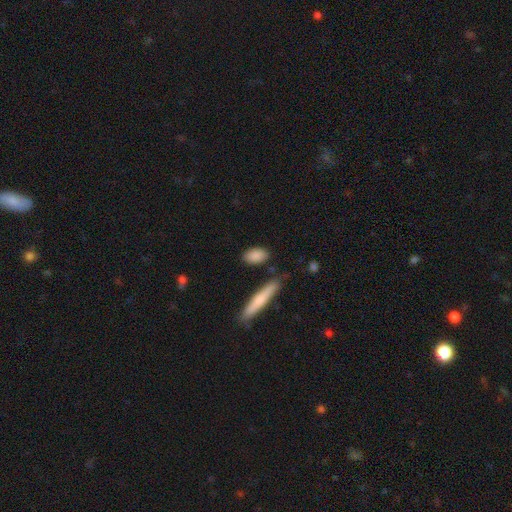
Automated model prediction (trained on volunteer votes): Q: Smooth or featured?
A: smooth (85%); runner-up: featured or disk (9%)
Q: How rounded?
A: in between (86%); runner-up: cigar-shaped (8%)
Q: Merging?
A: none (82%); runner-up: minor disturbance (11%)